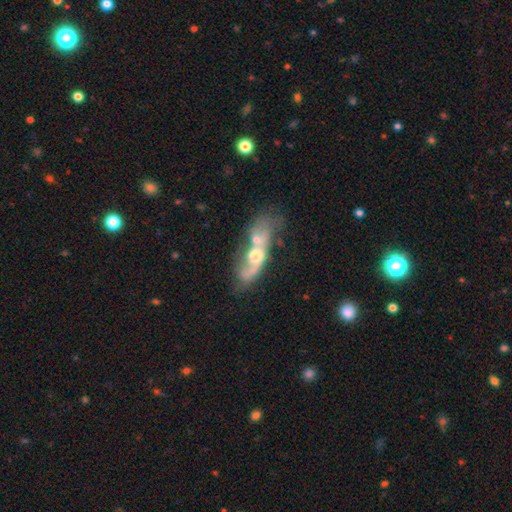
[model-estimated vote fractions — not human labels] smooth-or-featured: featured or disk: 65% | smooth: 27% | star or artifact: 8%
  disk-edge-on: no: 79% | yes: 21%
    bar: no: 72% | weak: 21% | strong: 7%
    has-spiral-arms: yes: 59% | no: 41%
    bulge-size: moderate: 65% | small: 18% | large: 11% | none: 4% | dominant: 2%
  merging: merger: 49% | none: 25% | major disturbance: 14% | minor disturbance: 13%